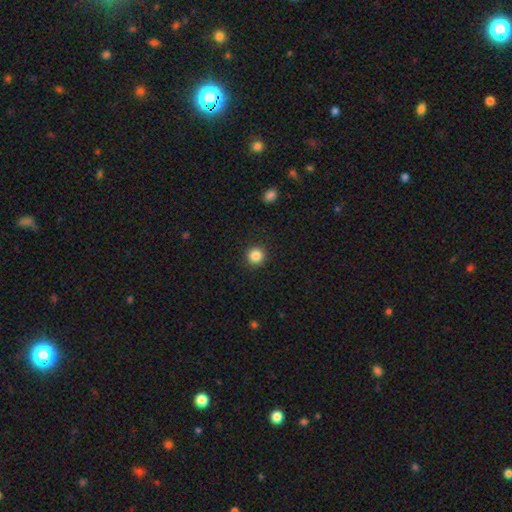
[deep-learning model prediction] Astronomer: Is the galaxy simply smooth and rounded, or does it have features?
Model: smooth — 86%.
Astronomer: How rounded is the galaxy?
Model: round — 95%.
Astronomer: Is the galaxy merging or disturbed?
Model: none — 91%.